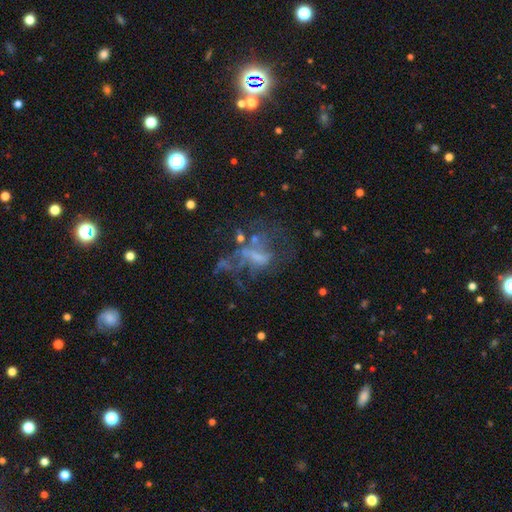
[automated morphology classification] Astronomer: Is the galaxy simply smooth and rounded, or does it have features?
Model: featured or disk — 58%.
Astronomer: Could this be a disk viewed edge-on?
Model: no — 96%.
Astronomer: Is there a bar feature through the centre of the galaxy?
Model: no — 61%.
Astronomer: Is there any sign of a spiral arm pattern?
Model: no — 74%.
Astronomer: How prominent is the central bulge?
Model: none — 53%.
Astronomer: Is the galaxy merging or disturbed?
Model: major disturbance — 44% (runner-up: none, 31%).